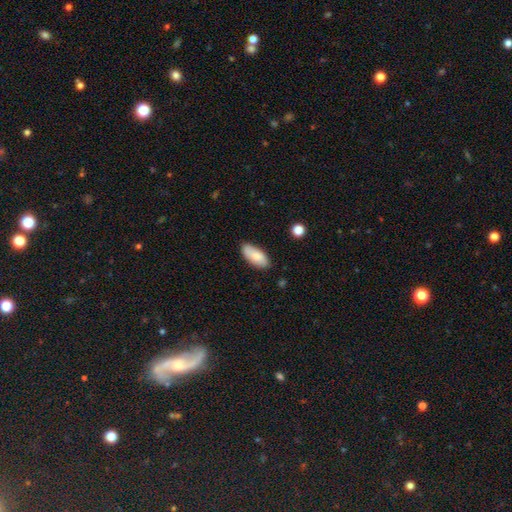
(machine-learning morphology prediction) Overall: smooth (83%). How rounded: in between (88%). Merging: none (77%).